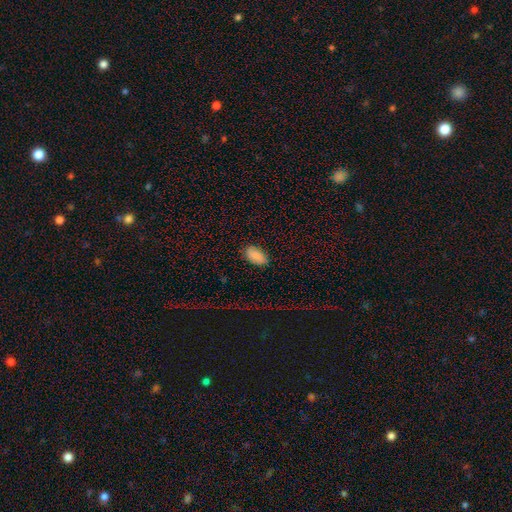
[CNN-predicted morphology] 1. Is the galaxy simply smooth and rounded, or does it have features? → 88% smooth, 7% star or artifact, 5% featured or disk.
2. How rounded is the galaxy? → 94% in between, 4% round, 2% cigar-shaped.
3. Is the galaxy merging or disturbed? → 84% none, 12% minor disturbance, 3% major disturbance, 1% merger.